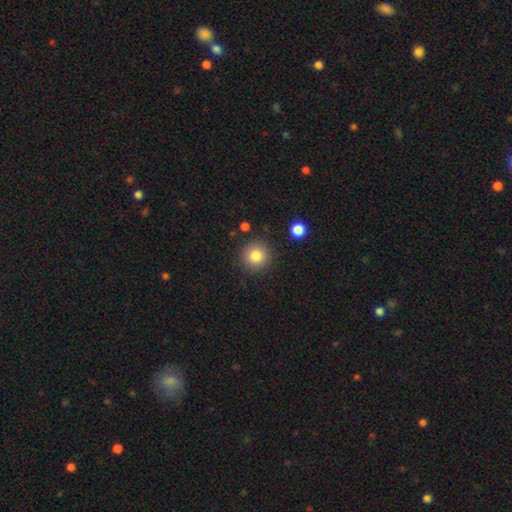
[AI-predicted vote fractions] Smooth or featured? smooth (84%)
How rounded? round (94%)
Merging? none (87%)